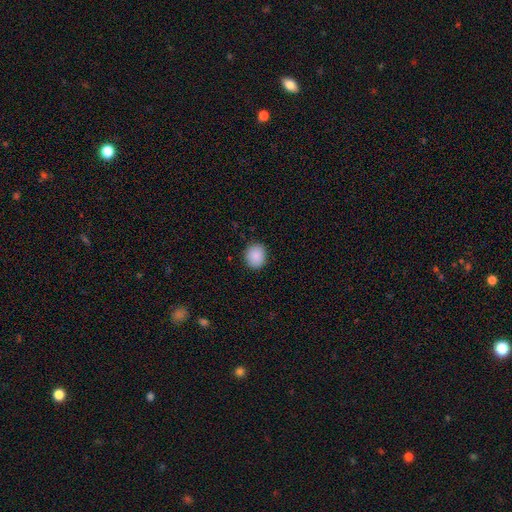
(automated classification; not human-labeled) A smooth galaxy with no disk features (89%) that is round (76%).

Vote fractions:
- Smooth or featured? smooth: 89% / star or artifact: 8% / featured or disk: 3%
- How rounded? round: 76% / in between: 23% / cigar-shaped: 1%
- Merging? none: 90% / minor disturbance: 7% / major disturbance: 2% / merger: 1%